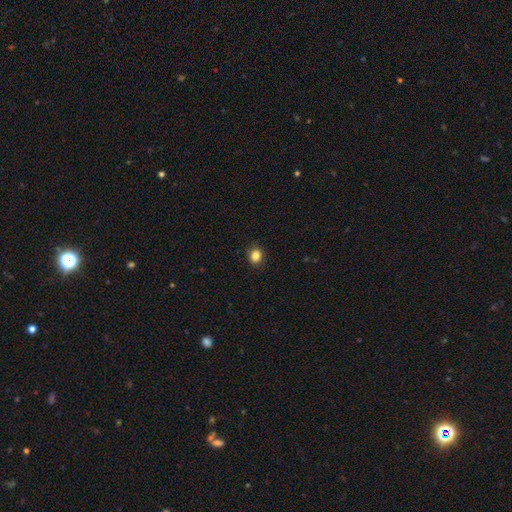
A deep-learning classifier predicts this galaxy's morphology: Smooth or featured? Predicted: smooth (p=0.85). How rounded? Predicted: round (p=0.67). Merging? Predicted: none (p=0.90).